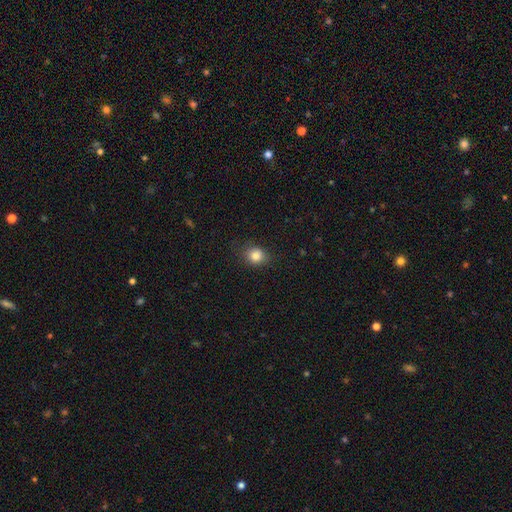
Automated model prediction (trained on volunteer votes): This is clearly a smooth galaxy (84%). How rounded: likely round (69%). Merging: likely none (80%).